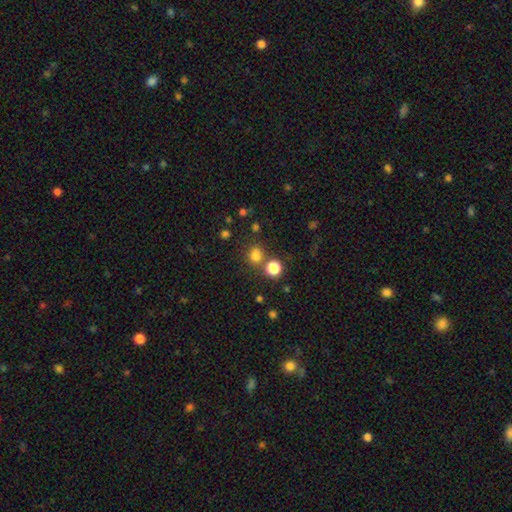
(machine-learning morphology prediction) Smooth or featured? Predicted: smooth (p=0.76). How rounded? Predicted: round (p=0.74). Merging? Predicted: none (p=0.68).